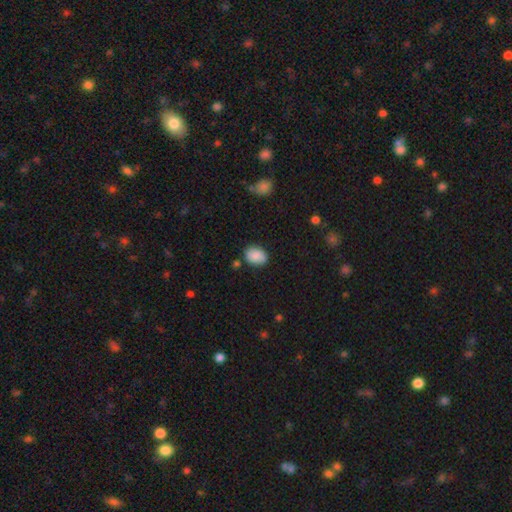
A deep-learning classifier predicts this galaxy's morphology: Smooth or featured?
  - smooth: 87% *
  - star or artifact: 8%
  - featured or disk: 5%
How rounded?
  - in between: 75% *
  - round: 24%
  - cigar-shaped: 1%
Merging?
  - none: 80% *
  - minor disturbance: 14%
  - major disturbance: 3%
  - merger: 3%